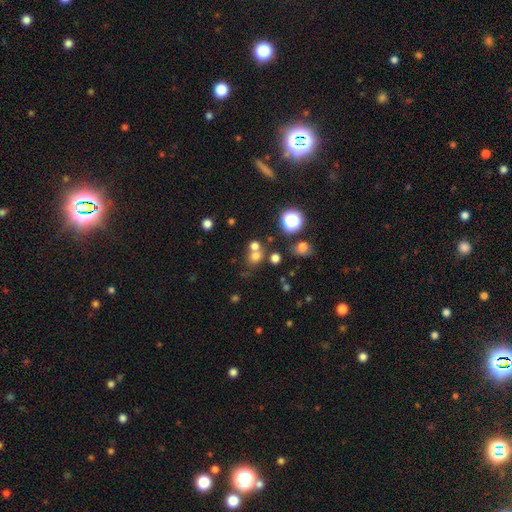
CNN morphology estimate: Smooth or featured? smooth (67%)
How rounded? round (79%)
Merging? none (52%)